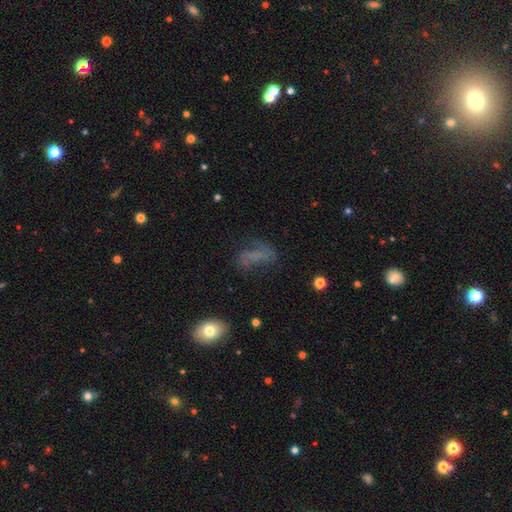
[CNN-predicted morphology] This appears to be a smooth galaxy with no disk features (43%). Merging: none (48%).